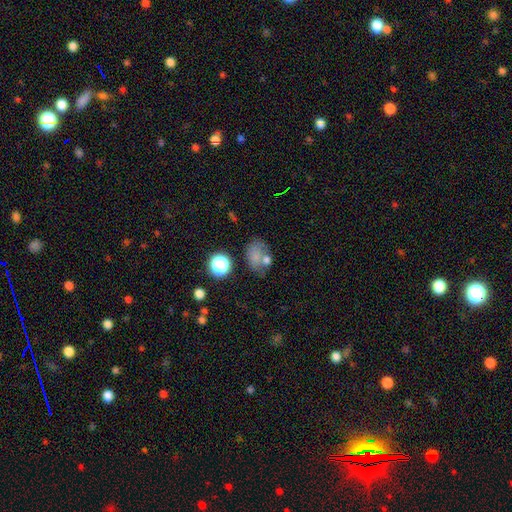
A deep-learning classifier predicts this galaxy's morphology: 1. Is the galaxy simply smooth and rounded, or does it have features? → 68% smooth, 17% star or artifact, 15% featured or disk.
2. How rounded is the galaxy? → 68% in between, 31% round, 1% cigar-shaped.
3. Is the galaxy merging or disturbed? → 48% none, 21% merger, 20% minor disturbance, 12% major disturbance.